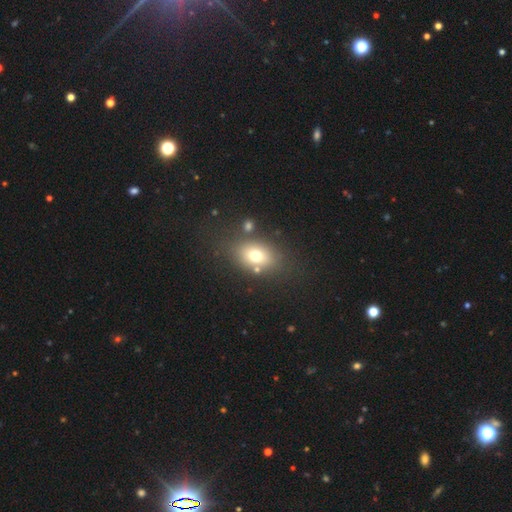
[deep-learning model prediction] Morphology: type=smooth (72%); roundness=in between (74%); merging=none (72%).